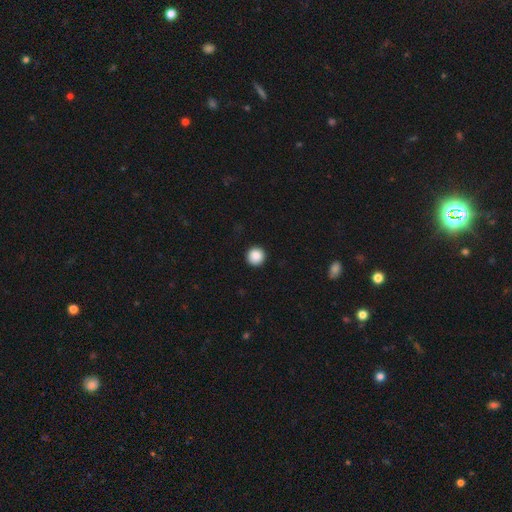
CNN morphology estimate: Smooth or featured?
  - smooth: 89% *
  - star or artifact: 9%
  - featured or disk: 3%
How rounded?
  - round: 96% *
  - in between: 3%
  - cigar-shaped: 1%
Merging?
  - none: 93% *
  - minor disturbance: 5%
  - major disturbance: 2%
  - merger: 1%